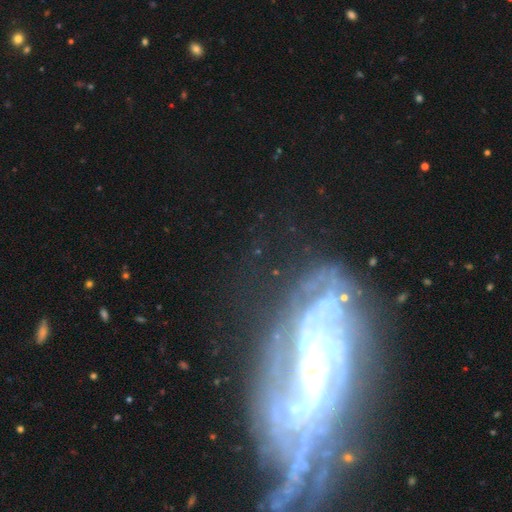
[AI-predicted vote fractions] Smooth or featured? featured or disk (83%)
Edge-on disk? no (93%)
Bar? weak (38%)
Spiral arms? yes (92%)
Spiral winding? tight (50%)
Spiral arm count? can't tell (33%)
Bulge size? small (50%)
Merging? none (57%)